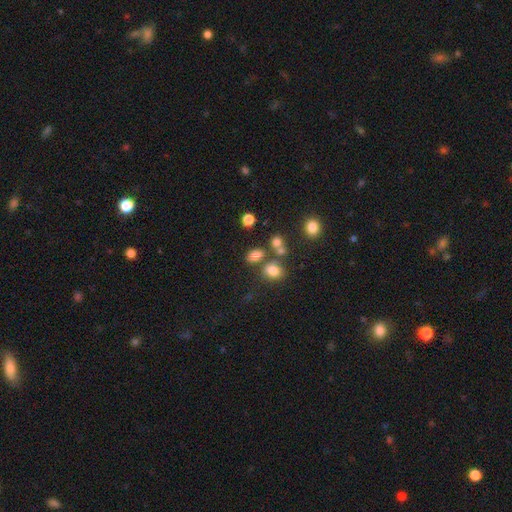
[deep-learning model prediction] The model was most divided on "merging": none: 63%, merger: 19%, minor disturbance: 13%, major disturbance: 6%. More confident: smooth or featured — smooth (77%); how rounded — in between (74%).